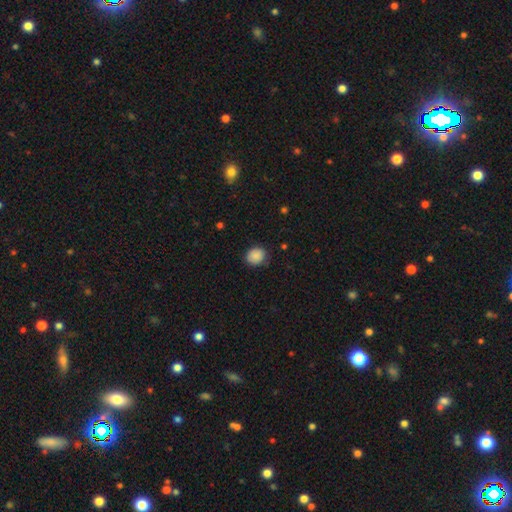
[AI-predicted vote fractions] Smooth or featured: smooth — 88% (star or artifact — 8%)
How rounded: round — 65% (in between — 34%)
Merging: none — 82% (minor disturbance — 14%)